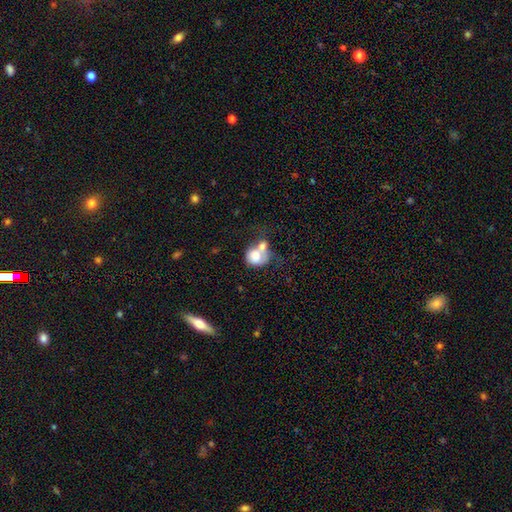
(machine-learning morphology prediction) A smooth galaxy with no disk features (70%) that is round (62%). Merging: merger (62%).